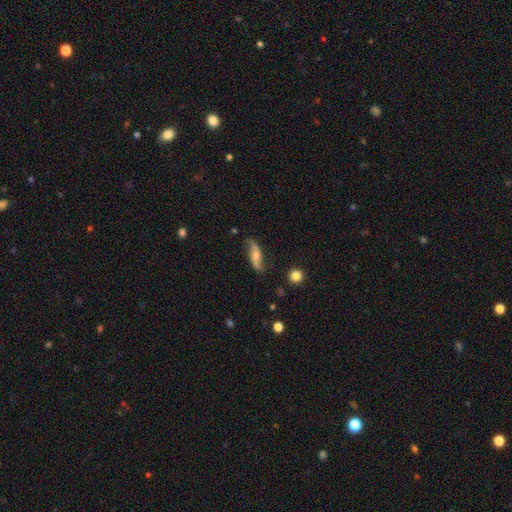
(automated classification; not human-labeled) Smooth or featured? featured or disk (67%)
Edge-on disk? no (83%)
Bar? no (58%)
Spiral arms? yes (91%)
Spiral winding? loose (86%)
Spiral arm count? 2 (92%)
Bulge size? moderate (42%, tied with small)
Merging? none (72%)